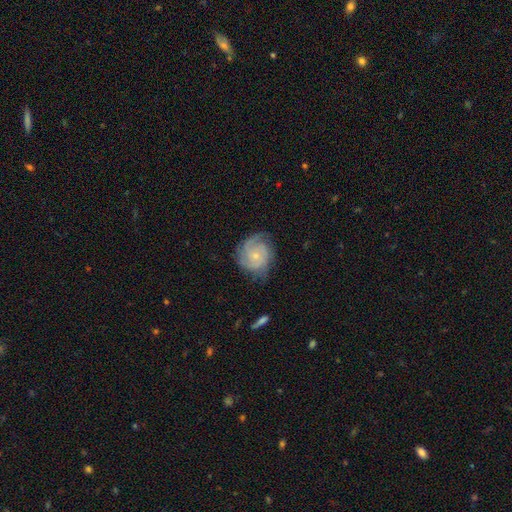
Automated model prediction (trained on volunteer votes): featured or disk 76%, smooth 18%, star or artifact 6%. Down the decision tree: edge-on disk — no (98%); bar — no (77%); spiral arms — yes (94%); spiral arm count — 2 (32%); spiral winding — tight (59%); bulge size — small (73%); merging — none (67%).